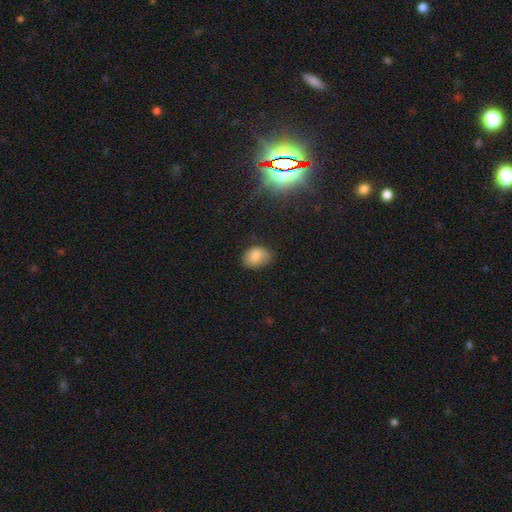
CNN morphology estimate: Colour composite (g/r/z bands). It shows a smooth galaxy with no disk features (82%) that is in between round and cigar-shaped (74%). Merging: none (69%).